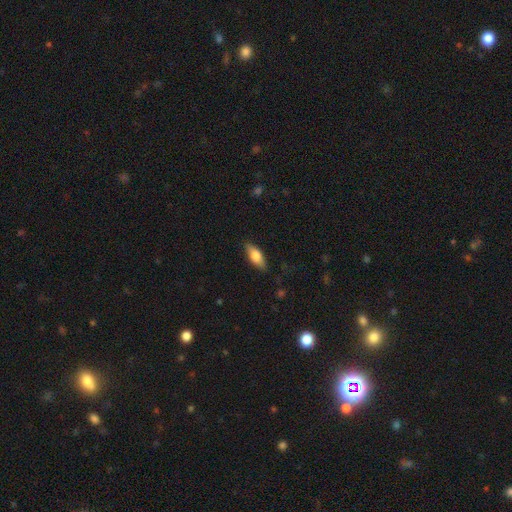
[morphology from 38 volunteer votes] This appears to be a smooth galaxy with no disk features (74%) that is in between round and cigar-shaped (89%). Merging: none (83%).